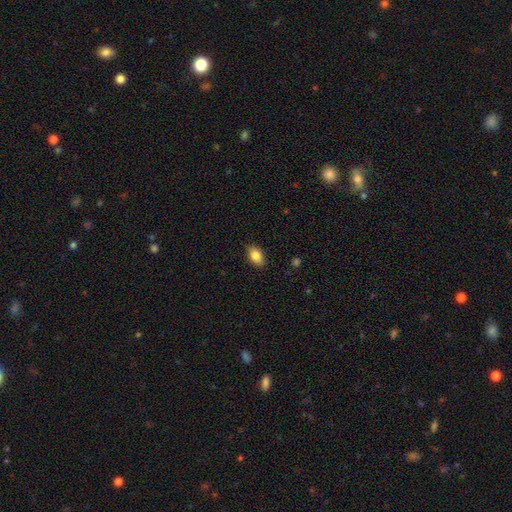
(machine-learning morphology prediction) Q: Smooth or featured?
A: smooth (83%); runner-up: featured or disk (9%)
Q: How rounded?
A: in between (86%); runner-up: round (12%)
Q: Merging?
A: none (83%); runner-up: minor disturbance (13%)